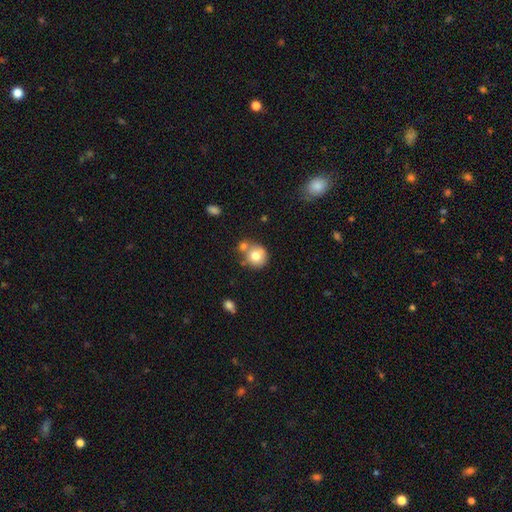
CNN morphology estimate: This is likely a smooth galaxy (76%). How rounded: clearly round (86%). Merging: possibly none (55%).